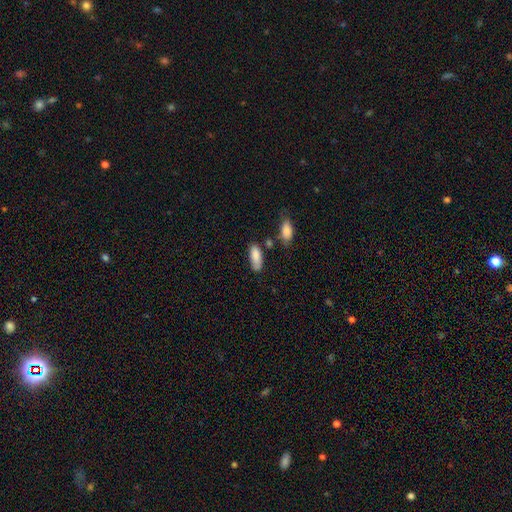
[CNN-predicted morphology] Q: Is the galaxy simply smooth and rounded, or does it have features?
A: smooth — 86%.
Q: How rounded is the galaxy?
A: in between — 80%.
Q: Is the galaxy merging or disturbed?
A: none — 62%.